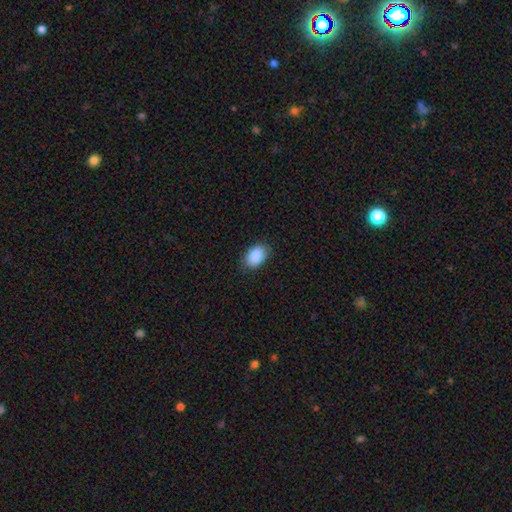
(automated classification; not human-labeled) smooth_or_featured: smooth (p=0.90) [alt: star or artifact p=0.07]
how_rounded: in between (p=0.83) [alt: round p=0.16]
merging: none (p=0.83) [alt: minor disturbance p=0.13]